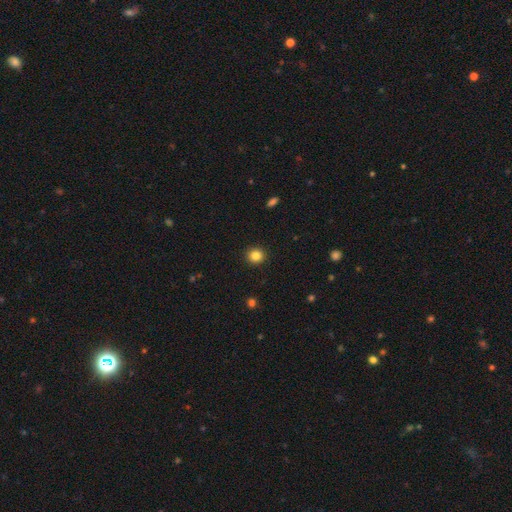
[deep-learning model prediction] Overall: smooth (84%). How rounded: round (90%). Merging: none (92%).